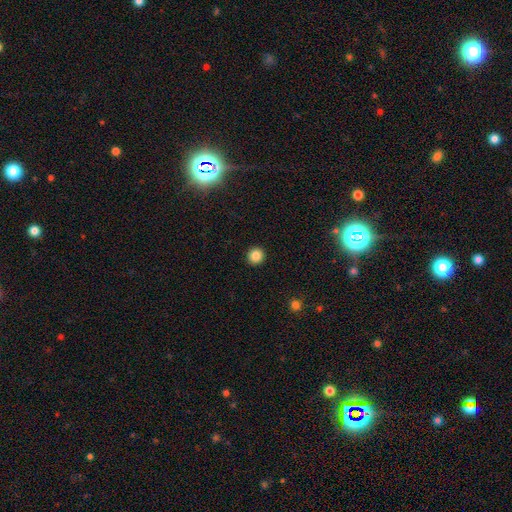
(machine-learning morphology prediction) Smooth or featured? Predicted: smooth (p=0.85). How rounded? Predicted: round (p=0.94). Merging? Predicted: none (p=0.93).